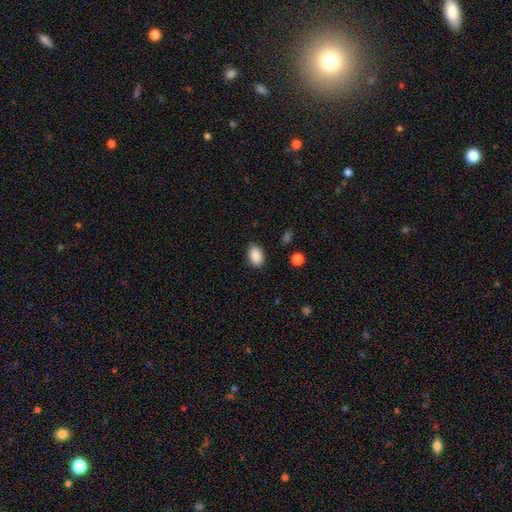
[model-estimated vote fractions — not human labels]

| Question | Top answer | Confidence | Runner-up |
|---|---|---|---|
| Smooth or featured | smooth | 89% | star or artifact (8%) |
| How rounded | in between | 86% | round (13%) |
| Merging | none | 86% | minor disturbance (10%) |